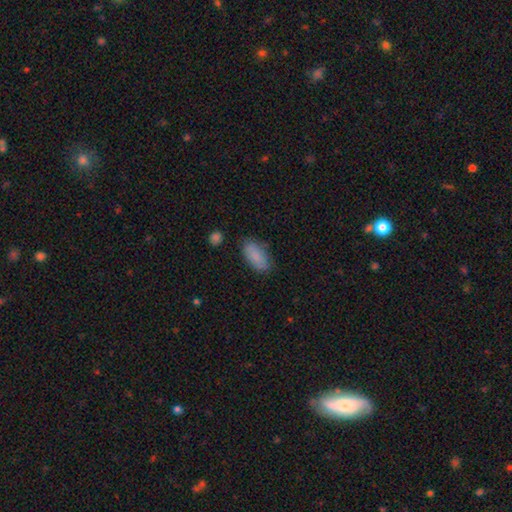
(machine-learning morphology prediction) smooth 86%, star or artifact 7%, featured or disk 6%. Down the decision tree: how rounded — in between (90%); merging — none (78%).